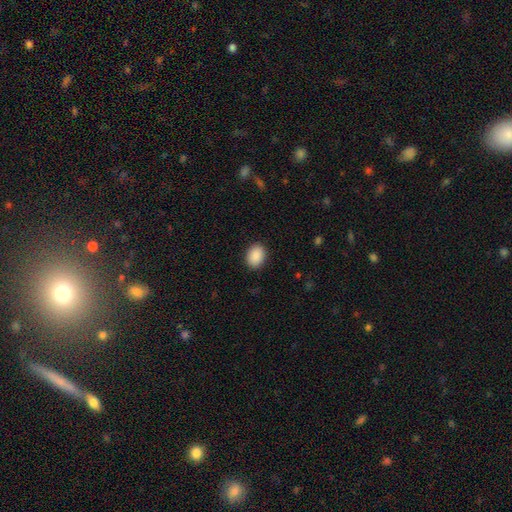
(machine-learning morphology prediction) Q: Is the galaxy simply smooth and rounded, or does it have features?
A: smooth — 90%.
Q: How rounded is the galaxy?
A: in between — 66%.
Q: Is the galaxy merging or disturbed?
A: none — 90%.